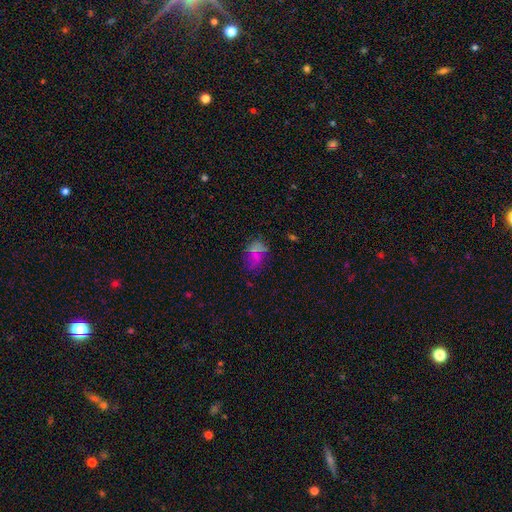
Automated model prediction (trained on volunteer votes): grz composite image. It shows a smooth galaxy with no disk features (54%) that is in between round and cigar-shaped (66%). Merging: none (58%).